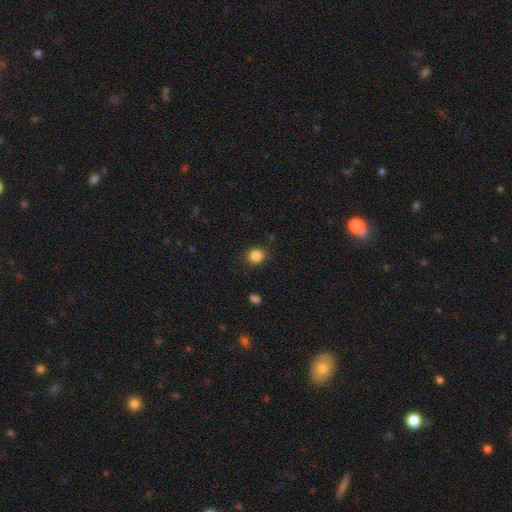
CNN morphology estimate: Smooth or featured? Predicted: smooth (p=0.85). How rounded? Predicted: round (p=0.80). Merging? Predicted: none (p=0.86).